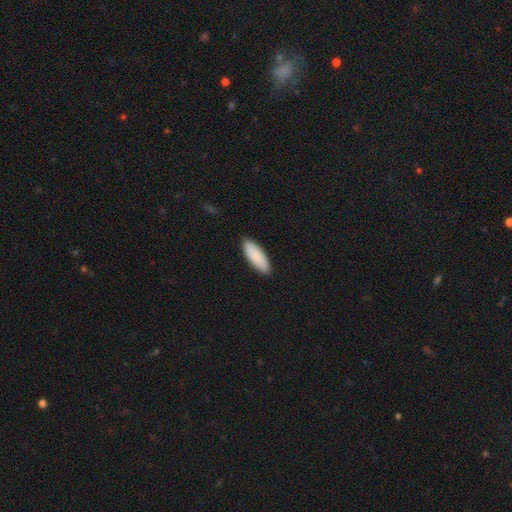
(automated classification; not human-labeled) A smooth galaxy with no disk features (89%) that is in between round and cigar-shaped (65%). Merging: none (90%).